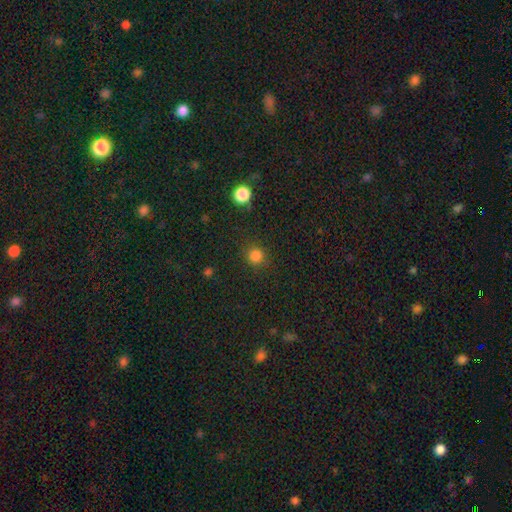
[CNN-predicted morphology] Smooth or featured?
  - smooth: 82% *
  - star or artifact: 14%
  - featured or disk: 3%
How rounded?
  - round: 91% *
  - in between: 8%
  - cigar-shaped: 1%
Merging?
  - none: 87% *
  - minor disturbance: 8%
  - major disturbance: 3%
  - merger: 2%